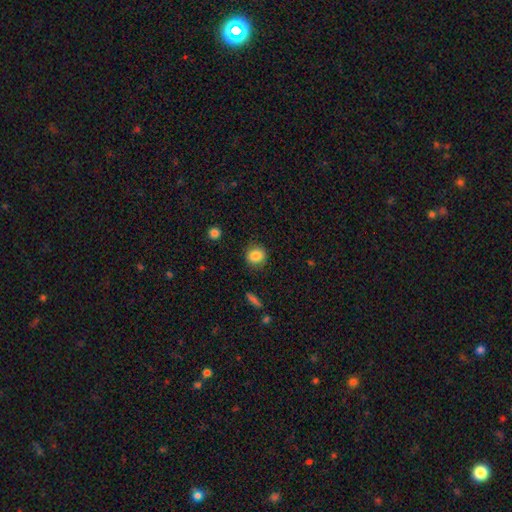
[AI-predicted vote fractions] Smooth or featured? smooth (85%)
How rounded? round (81%)
Merging? none (84%)